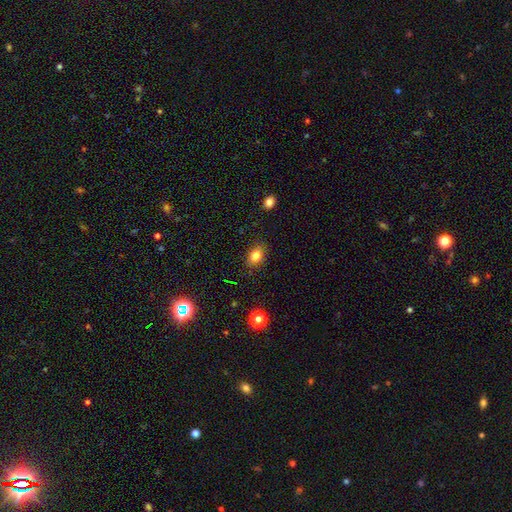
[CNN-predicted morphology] This is clearly a smooth galaxy (81%). How rounded: likely in between (75%). Merging: clearly none (85%).